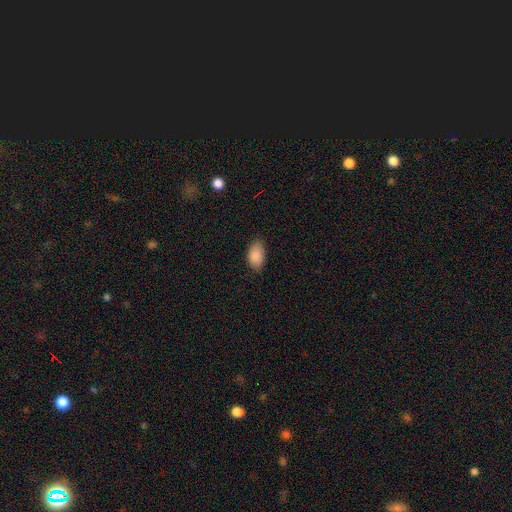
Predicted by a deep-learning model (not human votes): smooth-or-featured: smooth: 89% | star or artifact: 7% | featured or disk: 4%
  how-rounded: in between: 93% | round: 5% | cigar-shaped: 2%
  merging: none: 76% | minor disturbance: 19% | major disturbance: 4% | merger: 1%